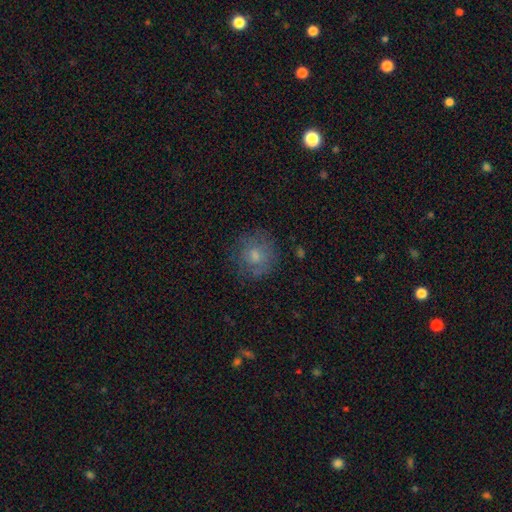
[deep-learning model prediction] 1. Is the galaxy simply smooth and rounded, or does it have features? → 68% smooth, 21% featured or disk, 11% star or artifact.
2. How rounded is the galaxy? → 87% round, 12% in between, 1% cigar-shaped.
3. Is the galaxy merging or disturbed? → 75% none, 16% minor disturbance, 7% major disturbance, 1% merger.